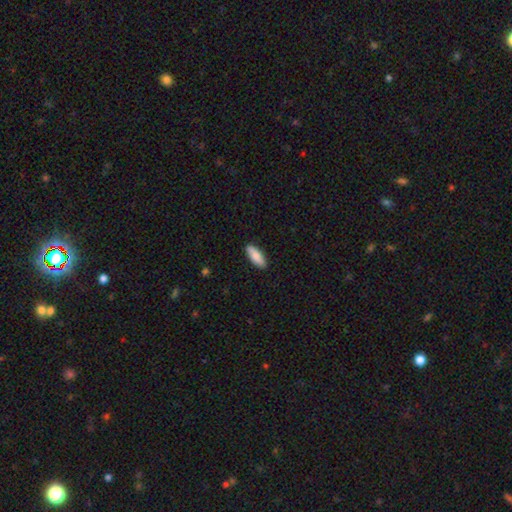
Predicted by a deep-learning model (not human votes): Smooth or featured?
  - smooth: 87% *
  - featured or disk: 8%
  - star or artifact: 5%
How rounded?
  - in between: 70% *
  - cigar-shaped: 29%
  - round: 2%
Merging?
  - none: 88% *
  - minor disturbance: 9%
  - major disturbance: 2%
  - merger: 1%